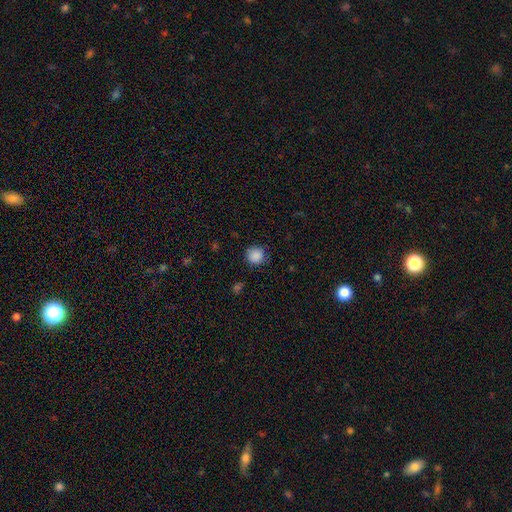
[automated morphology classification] The model was most divided on "merging": none: 86%, minor disturbance: 10%, major disturbance: 3%, merger: 1%. More confident: how rounded — round (93%); smooth or featured — smooth (87%).